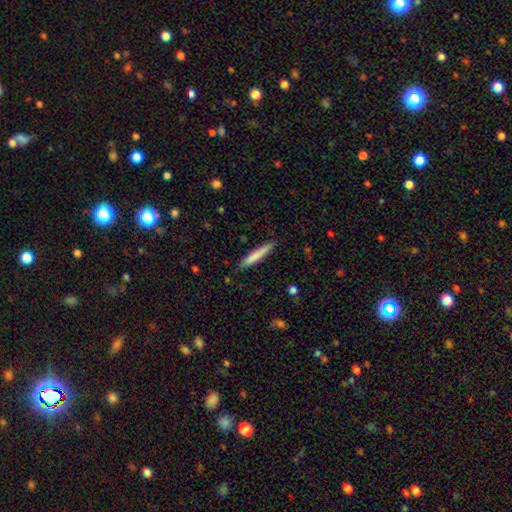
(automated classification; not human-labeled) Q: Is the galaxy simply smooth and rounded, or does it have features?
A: smooth — 77%.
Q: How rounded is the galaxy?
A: cigar-shaped — 93%.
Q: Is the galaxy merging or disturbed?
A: none — 86%.